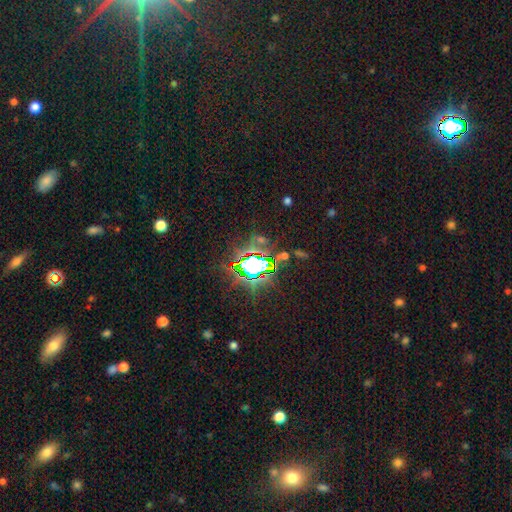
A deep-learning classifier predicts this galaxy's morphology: Smooth or featured?
  - star or artifact: 84% *
  - smooth: 9%
  - featured or disk: 7%